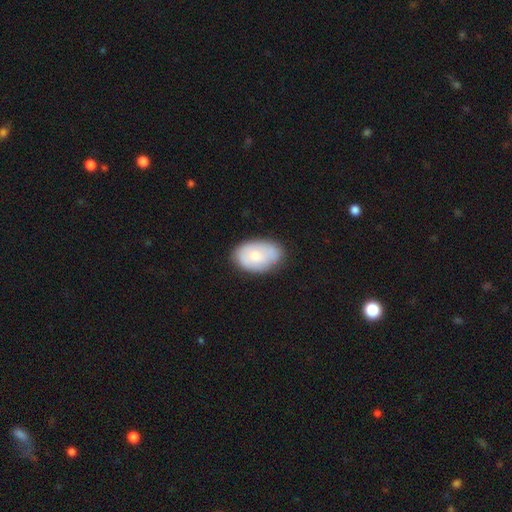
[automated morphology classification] Smooth or featured? Predicted: smooth (p=0.66). How rounded? Predicted: in between (p=0.89). Merging? Predicted: none (p=0.70).